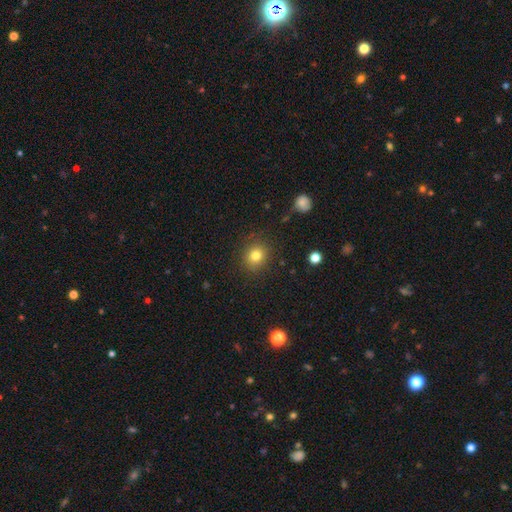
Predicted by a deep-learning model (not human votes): smooth_or_featured: smooth (p=0.79) [alt: star or artifact p=0.13]
how_rounded: round (p=0.81) [alt: in between p=0.18]
merging: none (p=0.87) [alt: minor disturbance p=0.08]